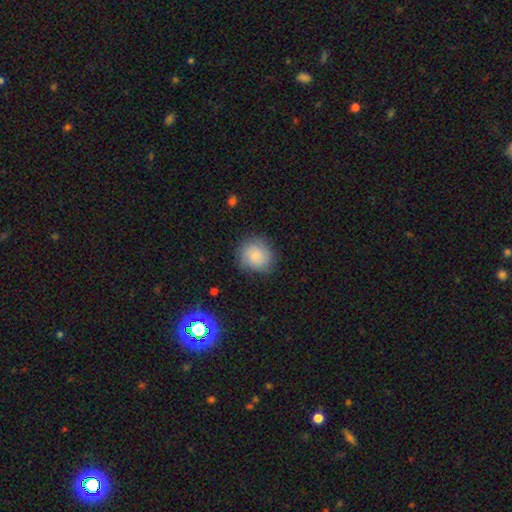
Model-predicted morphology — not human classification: smooth_or_featured: smooth (p=0.80) [alt: featured or disk p=0.12]
how_rounded: round (p=0.84) [alt: in between p=0.15]
merging: none (p=0.78) [alt: minor disturbance p=0.16]